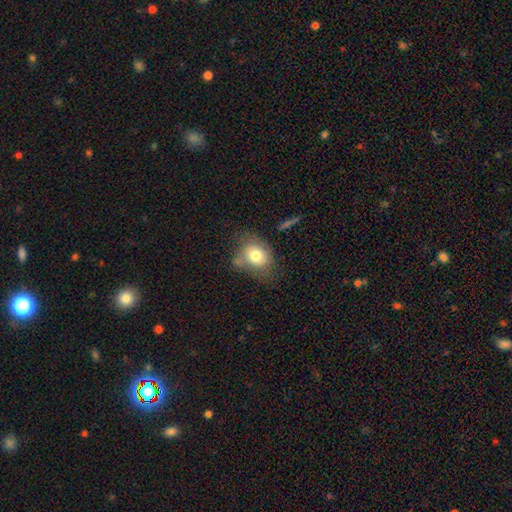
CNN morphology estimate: smooth_or_featured: smooth (p=0.74) [alt: featured or disk p=0.17]
how_rounded: in between (p=0.51) [alt: round p=0.48]
merging: none (p=0.50) [alt: minor disturbance p=0.28]